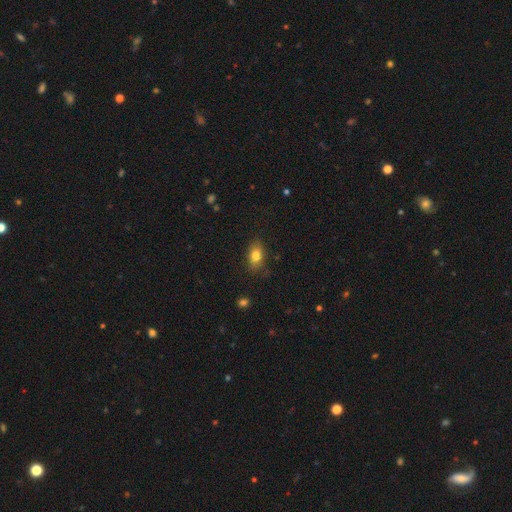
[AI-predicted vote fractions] The model was most divided on "merging": none: 80%, minor disturbance: 15%, major disturbance: 3%, merger: 1%. More confident: how rounded — in between (82%); smooth or featured — smooth (80%).